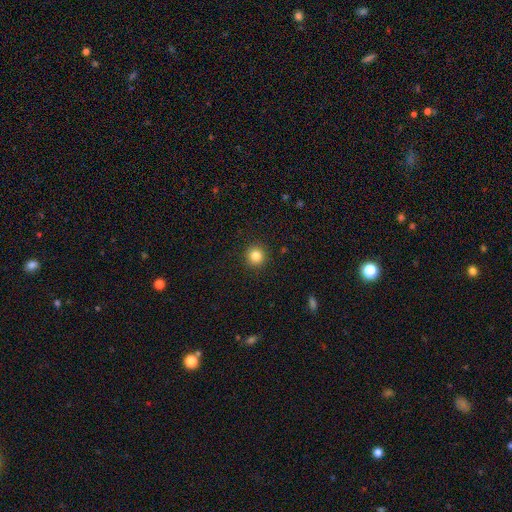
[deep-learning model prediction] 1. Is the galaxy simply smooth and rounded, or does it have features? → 84% smooth, 11% star or artifact, 5% featured or disk.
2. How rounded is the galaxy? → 94% round, 5% in between, 1% cigar-shaped.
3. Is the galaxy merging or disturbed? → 92% none, 5% minor disturbance, 2% major disturbance, 1% merger.